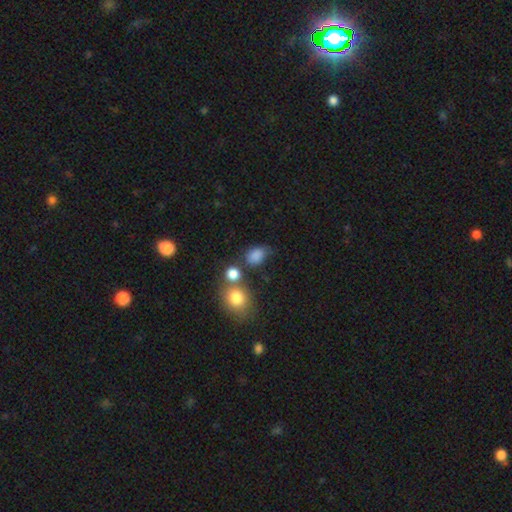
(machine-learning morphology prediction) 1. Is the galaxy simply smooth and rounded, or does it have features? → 83% smooth, 11% star or artifact, 6% featured or disk.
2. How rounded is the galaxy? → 64% in between, 35% round, 1% cigar-shaped.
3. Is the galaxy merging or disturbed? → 53% none, 23% minor disturbance, 15% merger, 10% major disturbance.